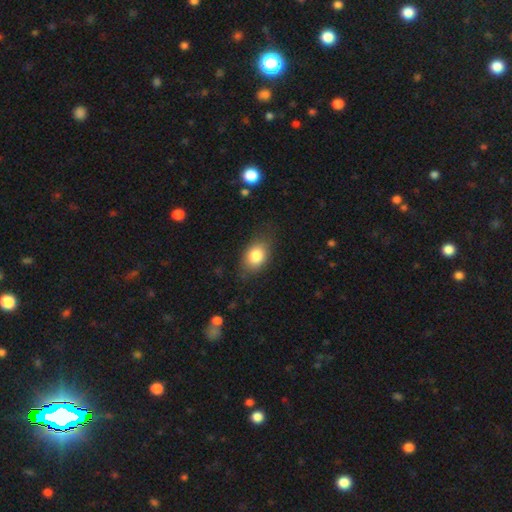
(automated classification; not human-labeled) A smooth galaxy with no disk features (82%) that is in between round and cigar-shaped (75%). Merging: none (76%).